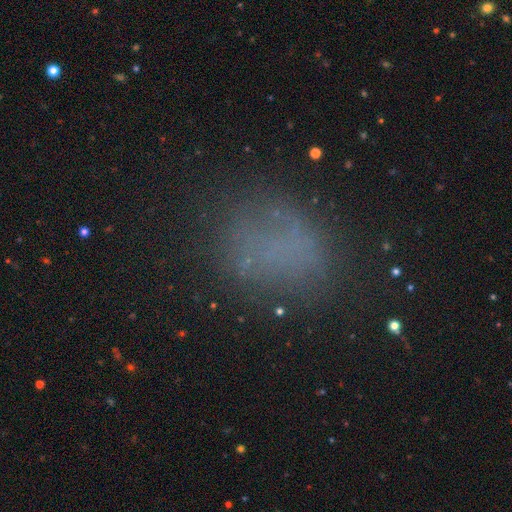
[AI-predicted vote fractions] This appears to be a smooth galaxy with no disk features (58%) that is in between round and cigar-shaped (51%). Merging: none (68%).